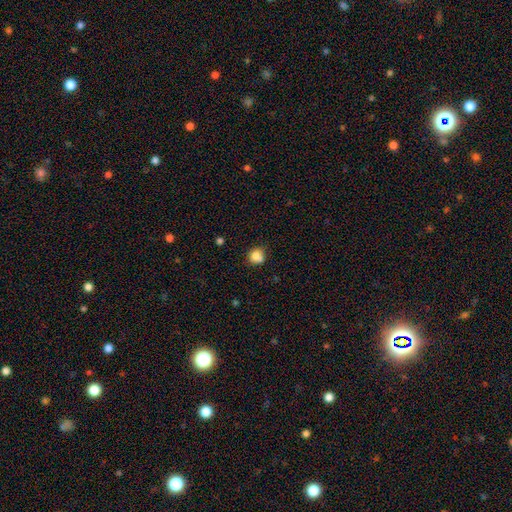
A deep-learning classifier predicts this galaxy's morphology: smooth-or-featured: smooth: 81% | star or artifact: 11% | featured or disk: 8%
  how-rounded: round: 81% | in between: 18% | cigar-shaped: 1%
  merging: none: 60% | minor disturbance: 19% | merger: 15% | major disturbance: 5%